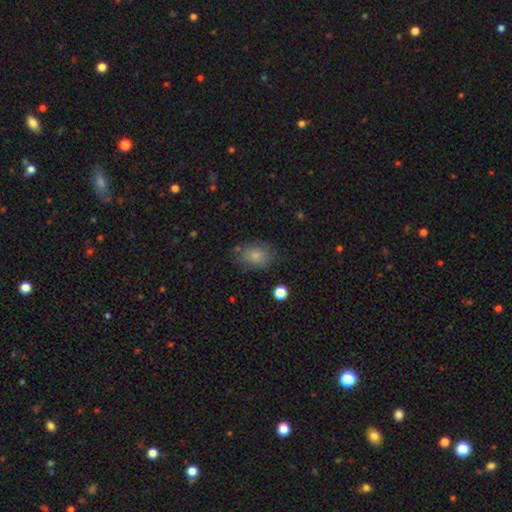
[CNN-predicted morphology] Smooth or featured? smooth (81%)
How rounded? in between (76%)
Merging? none (72%)